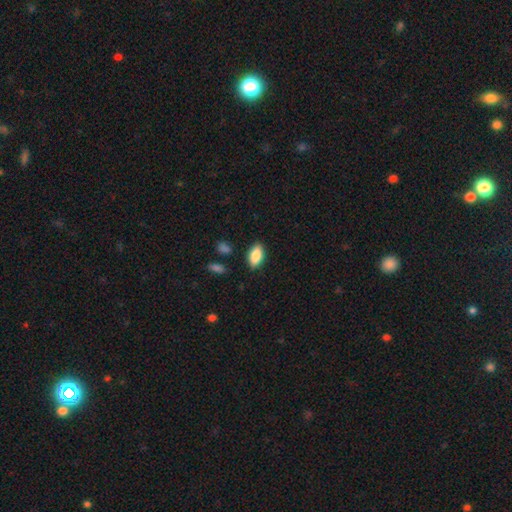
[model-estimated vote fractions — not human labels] smooth-or-featured: smooth: 86% | star or artifact: 7% | featured or disk: 7%
  how-rounded: in between: 91% | cigar-shaped: 5% | round: 4%
  merging: none: 85% | minor disturbance: 11% | major disturbance: 2% | merger: 2%